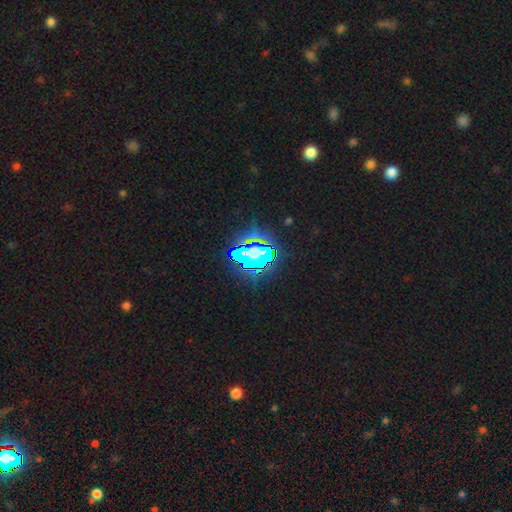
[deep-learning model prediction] star or artifact 80%, smooth 14%, featured or disk 7%.